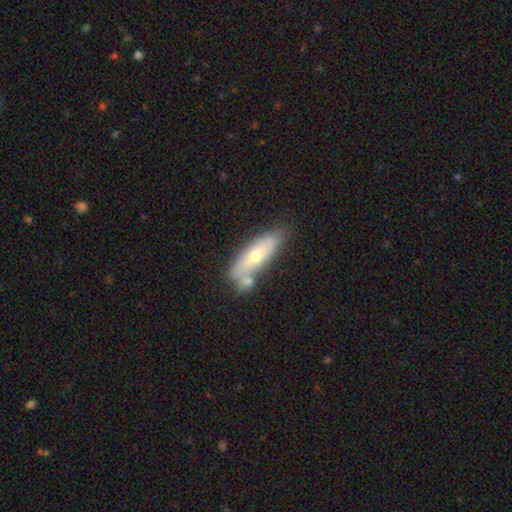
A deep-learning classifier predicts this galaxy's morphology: A smooth galaxy with no disk features (56%) that is in between round and cigar-shaped (53%).

Vote fractions:
- Smooth or featured? smooth: 56% / featured or disk: 38% / star or artifact: 7%
- How rounded? in between: 53% / cigar-shaped: 45% / round: 3%
- Merging? none: 58% / merger: 22% / minor disturbance: 16% / major disturbance: 4%